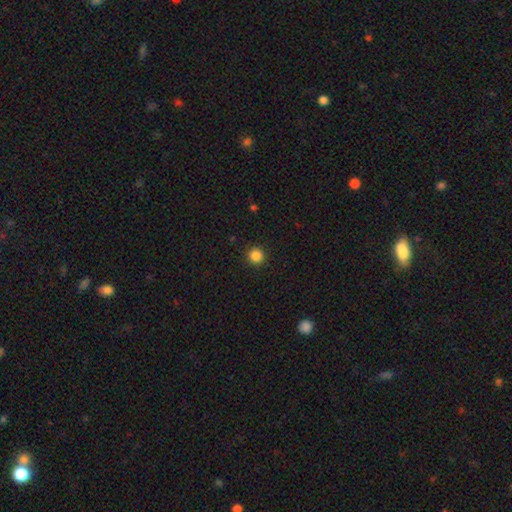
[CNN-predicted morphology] This appears to be a smooth galaxy with no disk features (85%) that is round (95%). Merging: none (92%).